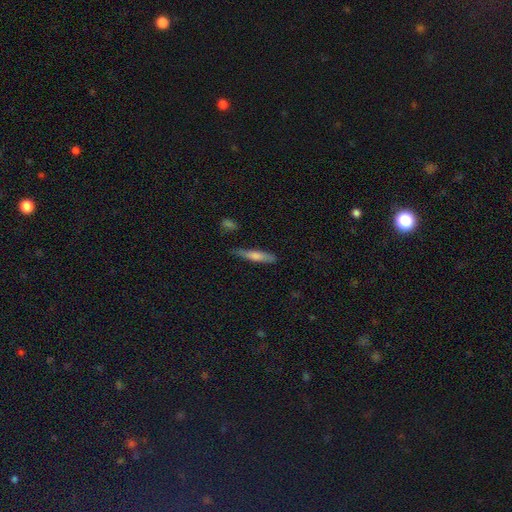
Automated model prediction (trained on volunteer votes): Overall: smooth (61%; featured or disk 31%). How rounded: cigar-shaped (85%). Merging: none (76%).